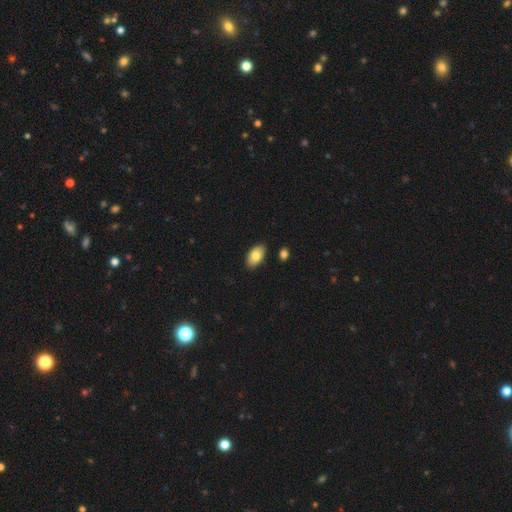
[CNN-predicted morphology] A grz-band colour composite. It shows a smooth galaxy with no disk features (79%) that is in between round and cigar-shaped (94%). Merging: none (87%).